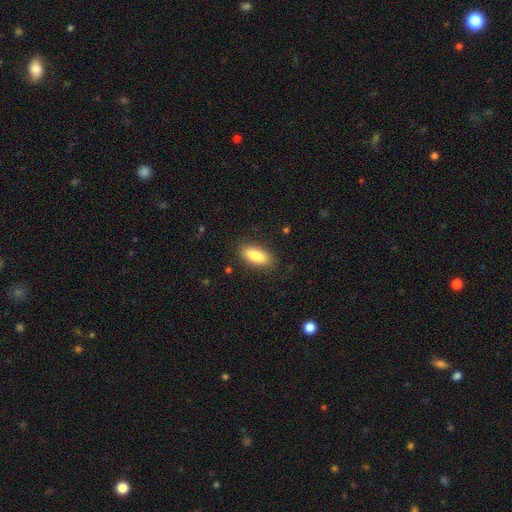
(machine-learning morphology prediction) Smooth or featured: smooth — 85% (featured or disk — 8%)
How rounded: in between — 78% (cigar-shaped — 20%)
Merging: none — 86% (minor disturbance — 10%)